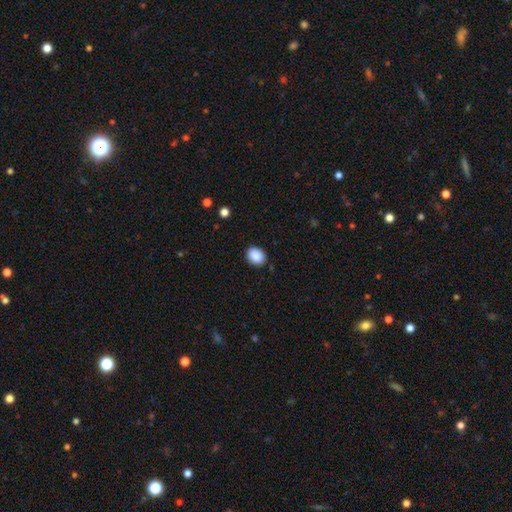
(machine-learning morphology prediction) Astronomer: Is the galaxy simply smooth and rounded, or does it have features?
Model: smooth — 89%.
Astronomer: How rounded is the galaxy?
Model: in between — 56% (runner-up: round, 43%).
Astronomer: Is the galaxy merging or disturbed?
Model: none — 88%.